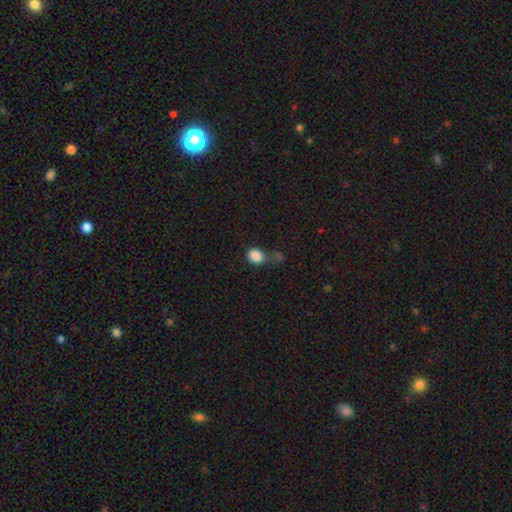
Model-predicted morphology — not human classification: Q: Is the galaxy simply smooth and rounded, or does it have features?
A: smooth — 85%.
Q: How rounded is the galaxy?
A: round — 61%.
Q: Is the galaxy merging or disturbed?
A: none — 45%.